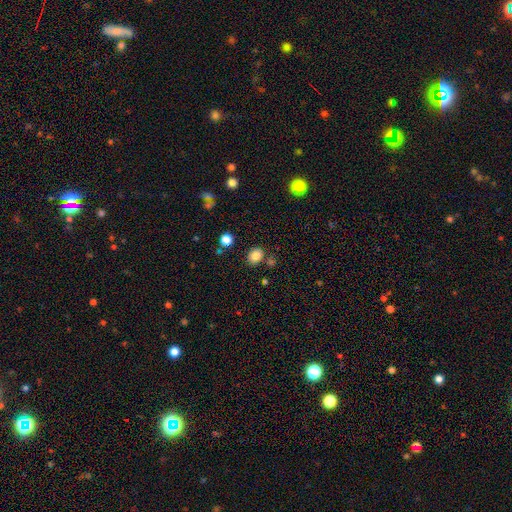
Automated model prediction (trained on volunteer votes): The model was most divided on "how rounded": in between: 52%, round: 47%, cigar-shaped: 1%. More confident: smooth or featured — smooth (84%); merging — none (79%).